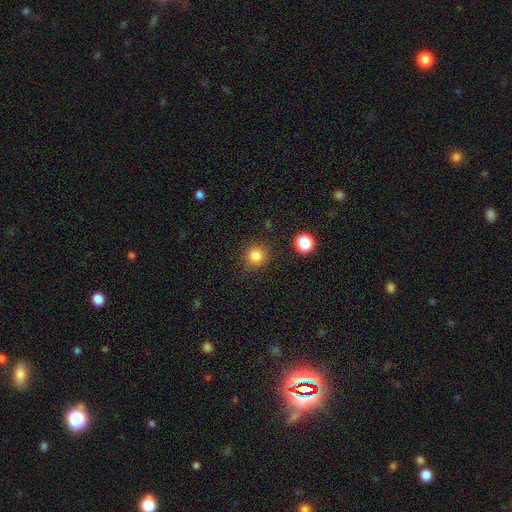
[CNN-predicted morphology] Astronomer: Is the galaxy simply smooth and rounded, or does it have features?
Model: smooth — 84%.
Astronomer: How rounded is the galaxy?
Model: round — 92%.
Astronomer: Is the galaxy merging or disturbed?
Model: none — 87%.